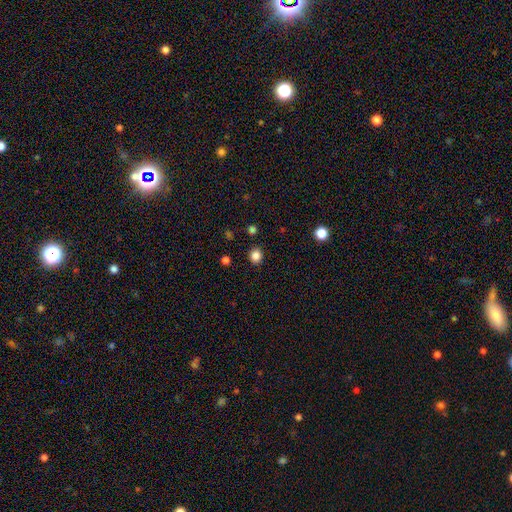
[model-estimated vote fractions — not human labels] The model was most divided on "how rounded": round: 74%, in between: 25%, cigar-shaped: 1%. More confident: merging — none (89%); smooth or featured — smooth (84%).